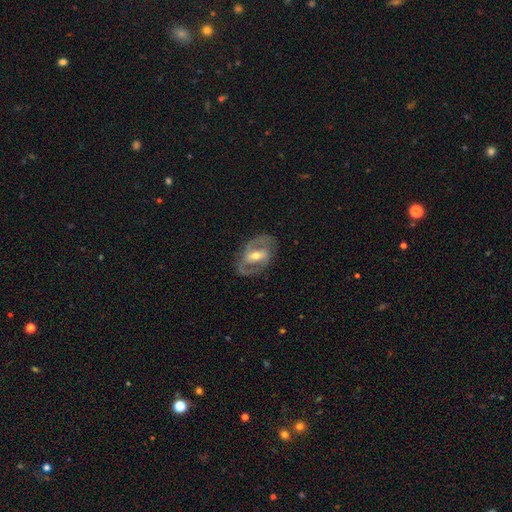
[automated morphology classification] smooth_or_featured: featured or disk (p=0.80) [alt: smooth p=0.15]
disk_edge_on: no (p=0.94) [alt: yes p=0.06]
bar: strong (p=0.48) [alt: weak p=0.34]
has_spiral_arms: yes (p=0.75) [alt: no p=0.25]
spiral_winding: medium (p=0.50) [alt: tight p=0.32]
spiral_arm_count: 2 (p=0.82) [alt: can't tell p=0.10]
bulge_size: moderate (p=0.61) [alt: small p=0.33]
merging: none (p=0.76) [alt: minor disturbance p=0.14]